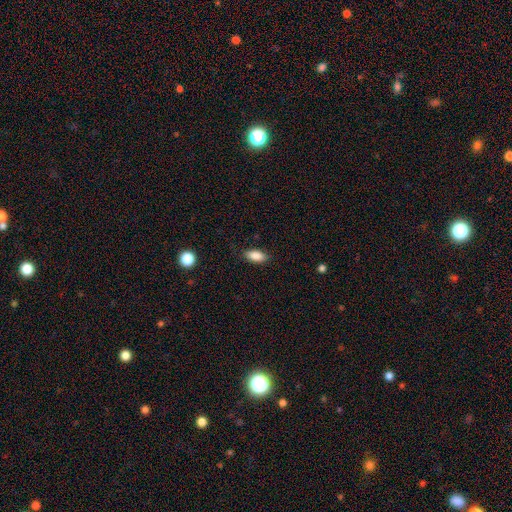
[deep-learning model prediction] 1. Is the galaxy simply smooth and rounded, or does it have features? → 88% smooth, 7% star or artifact, 5% featured or disk.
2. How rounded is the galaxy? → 88% in between, 8% cigar-shaped, 4% round.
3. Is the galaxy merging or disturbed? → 85% none, 12% minor disturbance, 3% major disturbance, 1% merger.